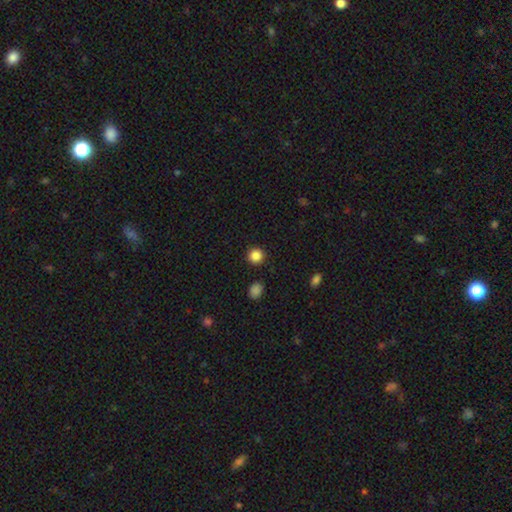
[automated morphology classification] smooth-or-featured: smooth: 86% | star or artifact: 11% | featured or disk: 3%
  how-rounded: round: 93% | in between: 6% | cigar-shaped: 1%
  merging: none: 92% | minor disturbance: 5% | major disturbance: 2% | merger: 2%